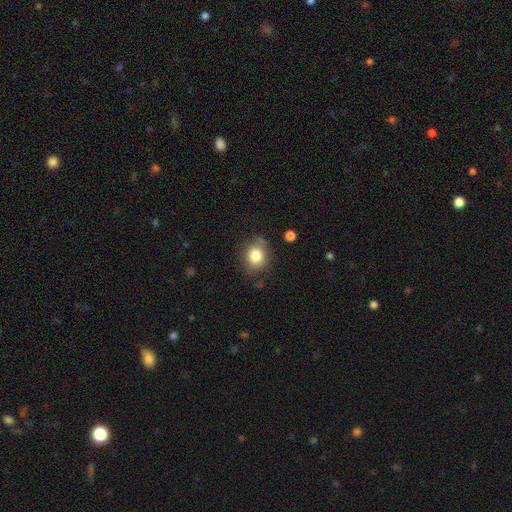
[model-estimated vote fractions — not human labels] Smooth or featured: smooth — 81% (star or artifact — 10%)
How rounded: round — 65% (in between — 34%)
Merging: none — 75% (minor disturbance — 17%)